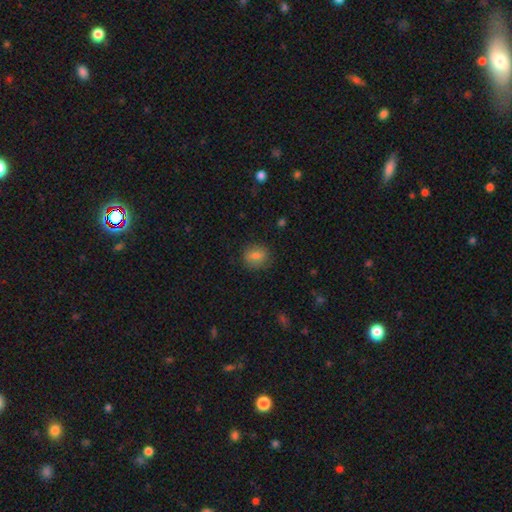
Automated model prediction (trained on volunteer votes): Morphology: type=smooth (77%); roundness=round (67%); merging=none (82%).